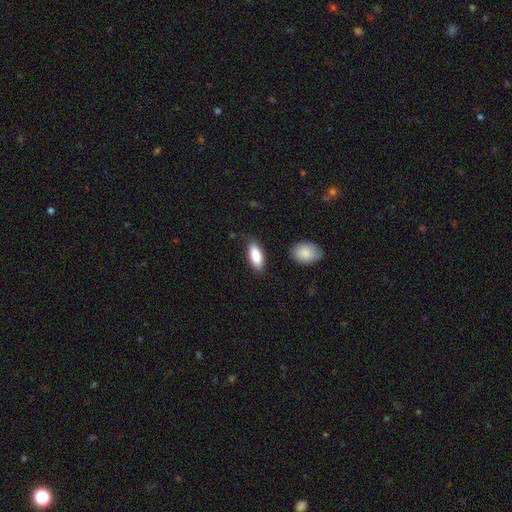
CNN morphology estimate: Q: Smooth or featured?
A: smooth (87%); runner-up: featured or disk (7%)
Q: How rounded?
A: in between (83%); runner-up: cigar-shaped (15%)
Q: Merging?
A: none (82%); runner-up: minor disturbance (13%)